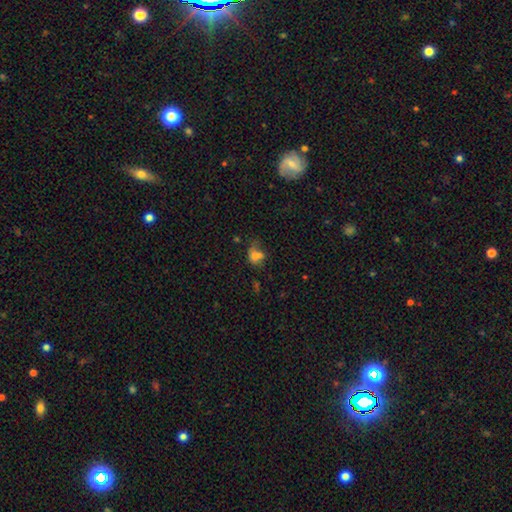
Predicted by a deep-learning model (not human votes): A smooth galaxy with no disk features (68%) that is in between round and cigar-shaped (53%). Merging: merger (33%).